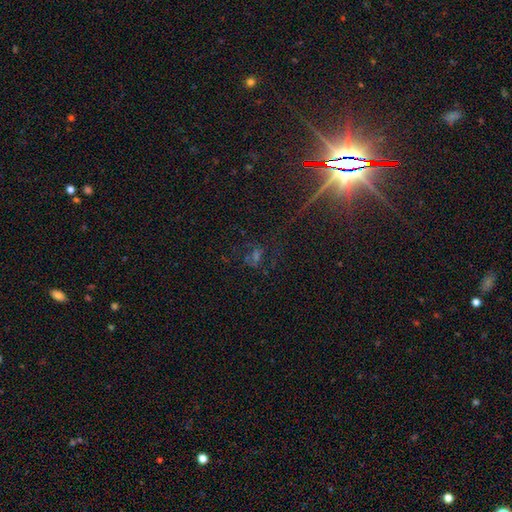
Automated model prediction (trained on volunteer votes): Smooth or featured?
  - star or artifact: 56% *
  - featured or disk: 27%
  - smooth: 17%